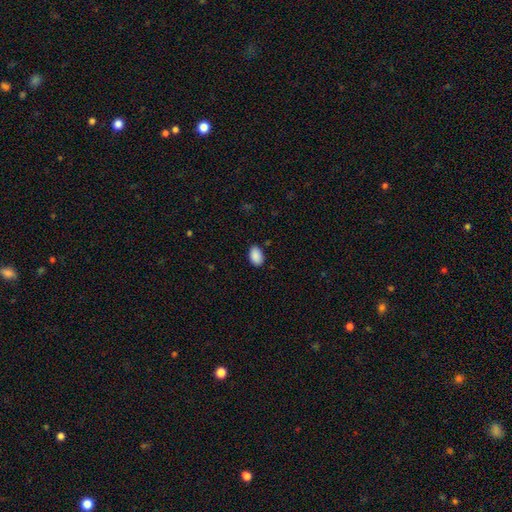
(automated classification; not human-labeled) smooth 90%, star or artifact 7%, featured or disk 3%. Down the decision tree: how rounded — in between (91%); merging — none (87%).